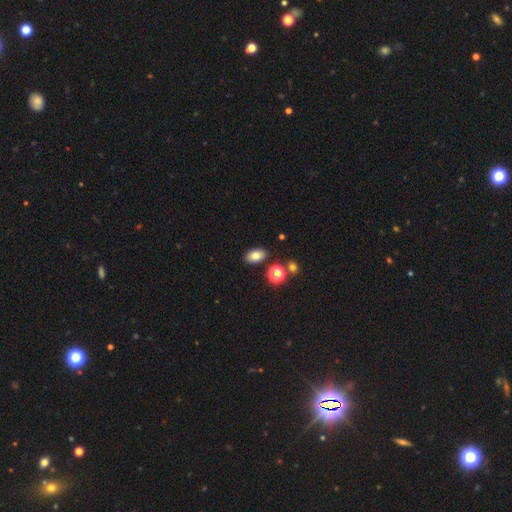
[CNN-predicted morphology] This appears to be a smooth galaxy with no disk features (79%) that is in between round and cigar-shaped (88%). Merging: none (84%).